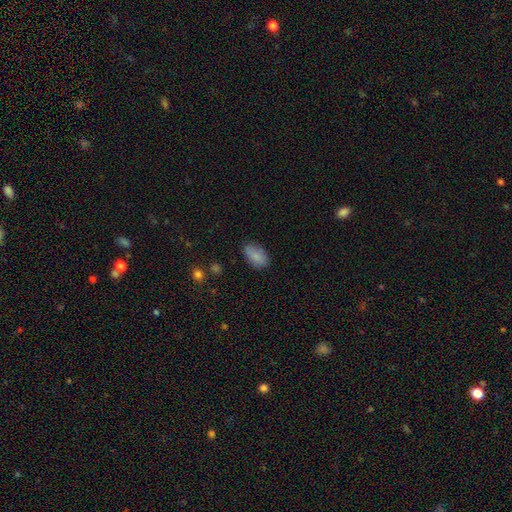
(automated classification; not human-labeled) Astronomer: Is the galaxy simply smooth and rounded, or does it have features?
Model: smooth — 83%.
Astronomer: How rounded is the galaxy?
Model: in between — 91%.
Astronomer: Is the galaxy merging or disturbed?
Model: none — 77%.